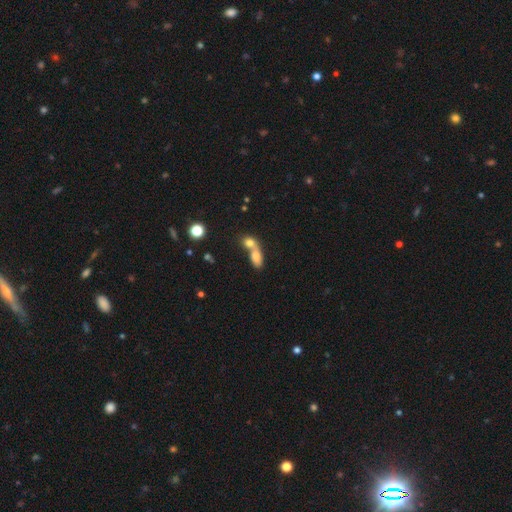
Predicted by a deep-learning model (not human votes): smooth_or_featured: smooth (p=0.76) [alt: featured or disk p=0.15]
how_rounded: in between (p=0.73) [alt: round p=0.18]
merging: merger (p=0.72) [alt: none p=0.19]